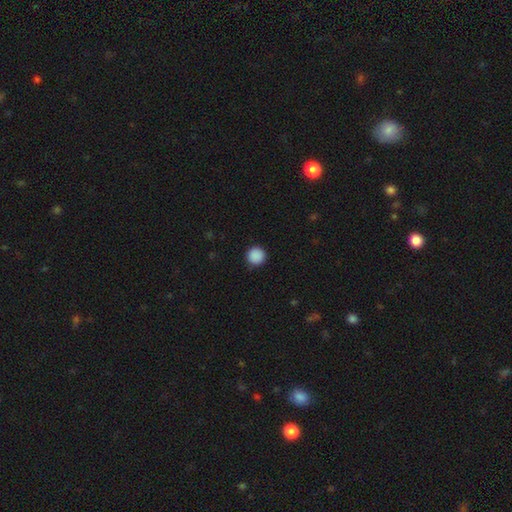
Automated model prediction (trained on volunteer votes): Morphology: type=smooth (89%); roundness=round (96%); merging=none (92%).